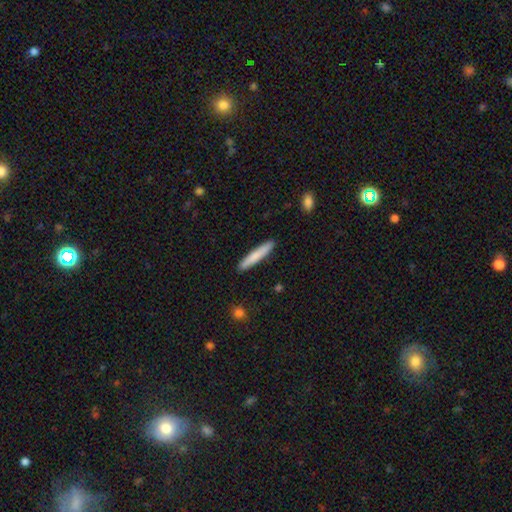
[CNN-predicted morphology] smooth_or_featured: smooth (p=0.76) [alt: featured or disk p=0.19]
how_rounded: cigar-shaped (p=0.93) [alt: in between p=0.05]
merging: none (p=0.91) [alt: minor disturbance p=0.07]